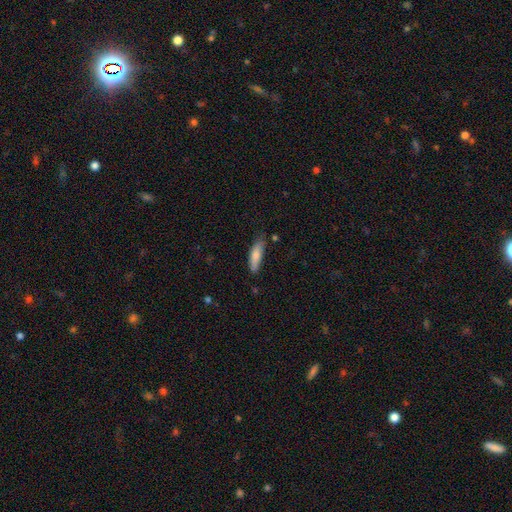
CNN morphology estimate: smooth 78%, featured or disk 16%, star or artifact 6%. Down the decision tree: how rounded — cigar-shaped (64%); merging — none (70%).